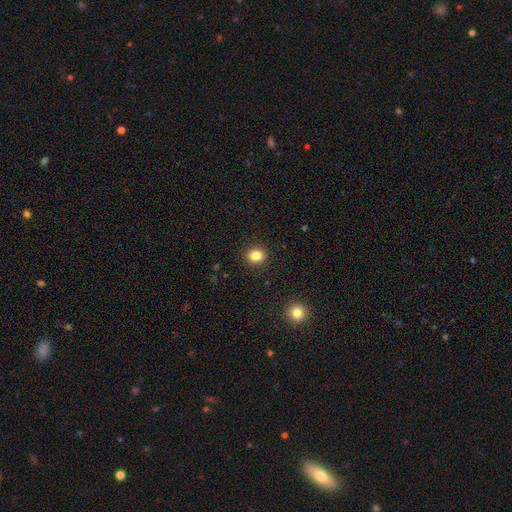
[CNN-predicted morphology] Q: Smooth or featured?
A: smooth (83%); runner-up: star or artifact (12%)
Q: How rounded?
A: round (81%); runner-up: in between (18%)
Q: Merging?
A: none (91%); runner-up: minor disturbance (6%)